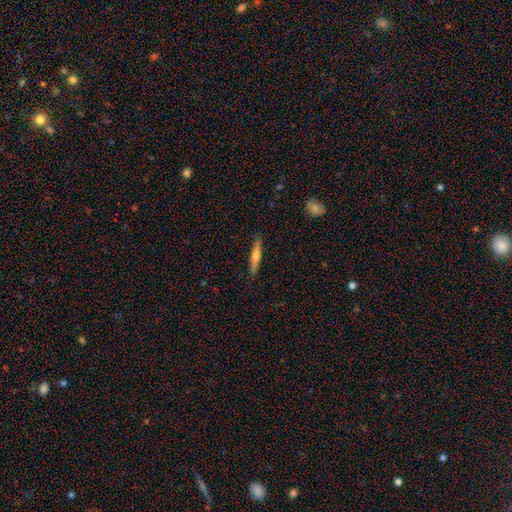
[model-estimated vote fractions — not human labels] A smooth galaxy with no disk features (52%) that is cigar-shaped (91%).

Vote fractions:
- Smooth or featured? smooth: 52% / featured or disk: 42% / star or artifact: 6%
- How rounded? cigar-shaped: 91% / in between: 7% / round: 2%
- Merging? none: 89% / minor disturbance: 8% / major disturbance: 2% / merger: 1%